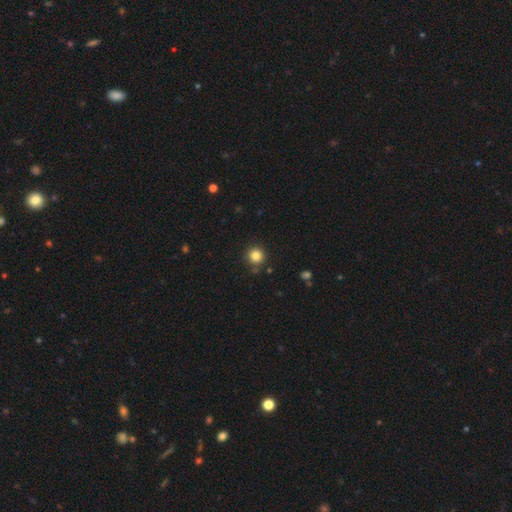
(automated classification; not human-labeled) A smooth galaxy with no disk features (83%) that is round (95%). Merging: none (88%).